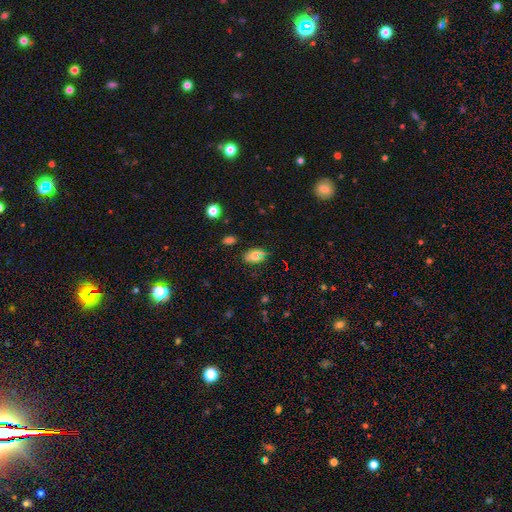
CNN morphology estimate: smooth_or_featured: smooth (p=0.65) [alt: star or artifact p=0.23]
how_rounded: in between (p=0.77) [alt: round p=0.18]
merging: none (p=0.76) [alt: minor disturbance p=0.16]